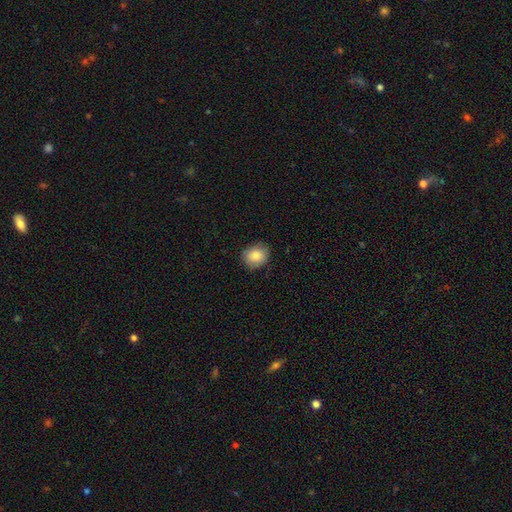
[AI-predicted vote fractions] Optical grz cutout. It shows a smooth galaxy with no disk features (84%) that is round (72%). Merging: none (82%).